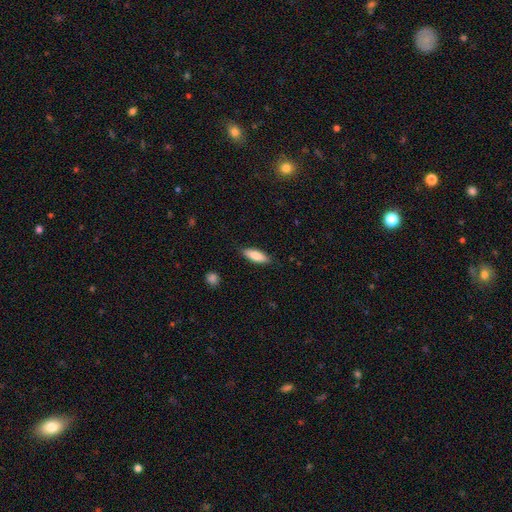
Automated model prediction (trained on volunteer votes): This appears to be a smooth galaxy with no disk features (81%) that is in between round and cigar-shaped (63%). Merging: none (86%).